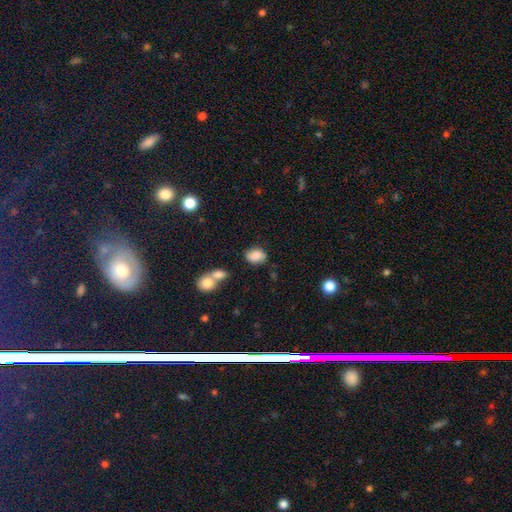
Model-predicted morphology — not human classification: Smooth or featured: smooth — 79% (featured or disk — 12%)
How rounded: in between — 73% (round — 25%)
Merging: none — 70% (minor disturbance — 17%)